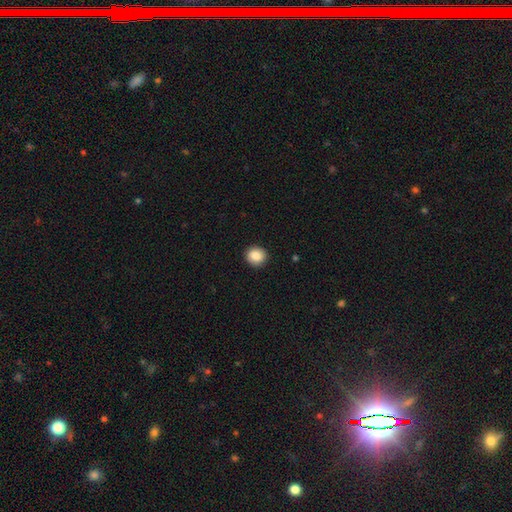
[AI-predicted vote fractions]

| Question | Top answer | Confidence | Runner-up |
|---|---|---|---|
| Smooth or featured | smooth | 86% | star or artifact (8%) |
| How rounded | round | 86% | in between (13%) |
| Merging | none | 92% | minor disturbance (6%) |